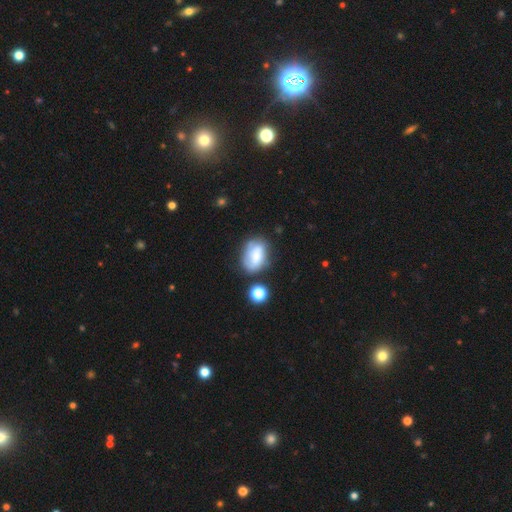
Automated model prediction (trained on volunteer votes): This appears to be a smooth galaxy with no disk features (57%) that is in between round and cigar-shaped (78%). Merging: none (46%).